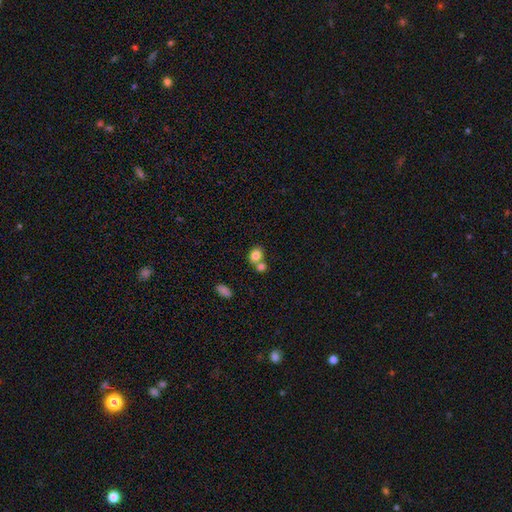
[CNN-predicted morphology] smooth 81%, star or artifact 10%, featured or disk 9%. Down the decision tree: how rounded — round (57%); merging — merger (46%).